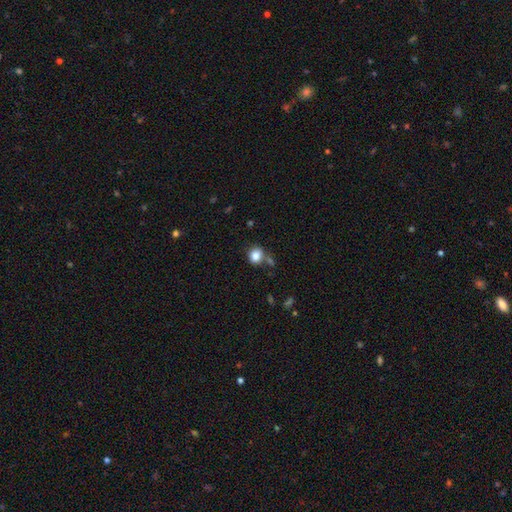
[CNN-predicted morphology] smooth-or-featured: smooth: 84% | star or artifact: 10% | featured or disk: 6%
  how-rounded: round: 62% | in between: 37% | cigar-shaped: 1%
  merging: none: 64% | minor disturbance: 16% | merger: 15% | major disturbance: 6%